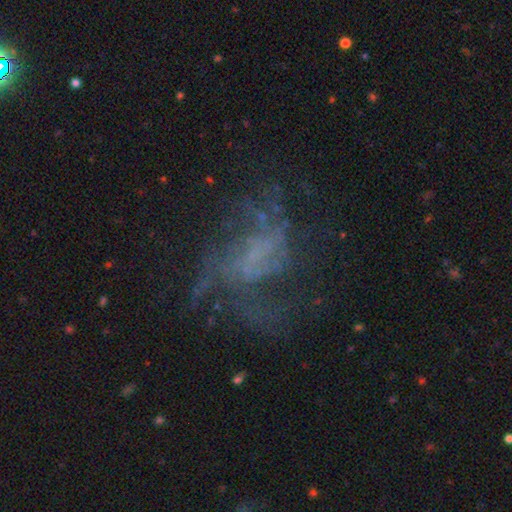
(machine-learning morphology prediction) Smooth or featured? Predicted: featured or disk (p=0.65). Edge-on disk? Predicted: no (p=0.96). Bar? Predicted: no (p=0.62). Spiral arms? Predicted: yes (p=0.66). Bulge size? Predicted: none (p=0.67). Merging? Predicted: none (p=0.48).